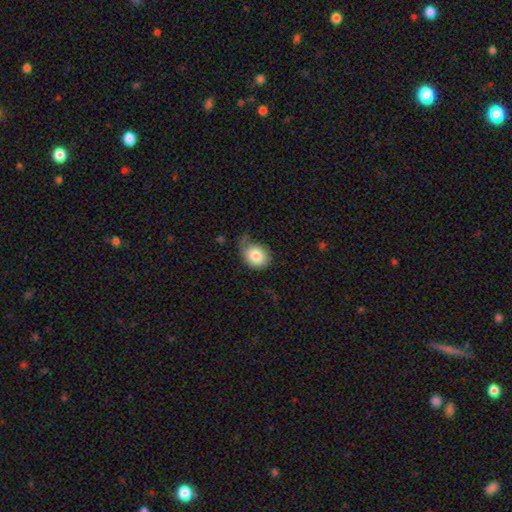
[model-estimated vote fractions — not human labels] Q: Smooth or featured?
A: smooth (83%); runner-up: featured or disk (9%)
Q: How rounded?
A: round (57%); runner-up: in between (42%)
Q: Merging?
A: none (47%); runner-up: minor disturbance (35%)